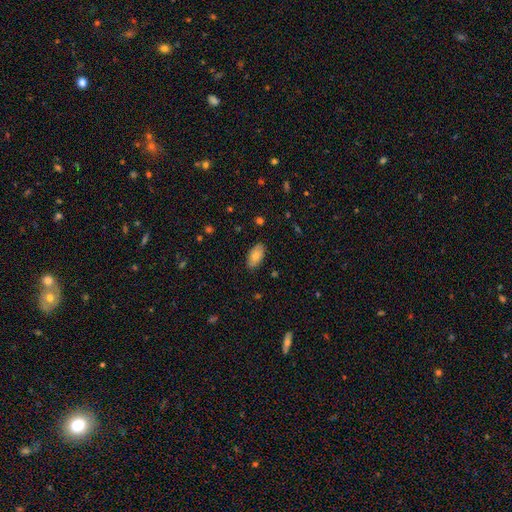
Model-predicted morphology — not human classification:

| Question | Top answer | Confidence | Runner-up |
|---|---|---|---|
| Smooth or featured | smooth | 79% | featured or disk (14%) |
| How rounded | in between | 94% | cigar-shaped (3%) |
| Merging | none | 86% | minor disturbance (11%) |